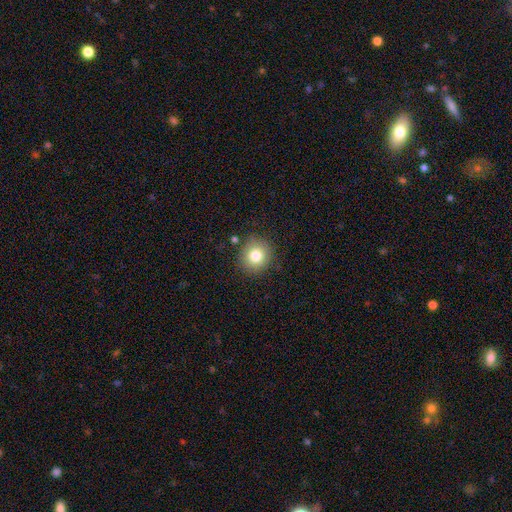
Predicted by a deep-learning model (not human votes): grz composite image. It shows a smooth galaxy with no disk features (80%) that is round (88%). Merging: none (86%).